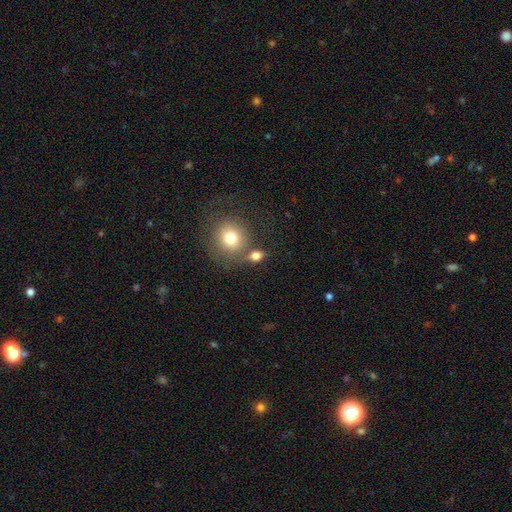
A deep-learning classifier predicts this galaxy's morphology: Q: Smooth or featured?
A: smooth (78%); runner-up: star or artifact (11%)
Q: How rounded?
A: in between (51%); runner-up: round (46%)
Q: Merging?
A: none (58%); runner-up: merger (23%)